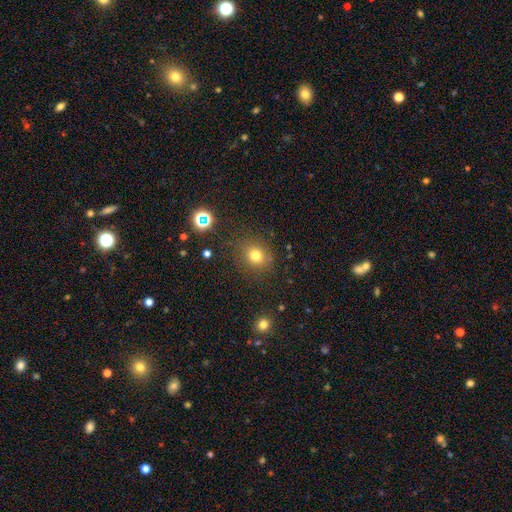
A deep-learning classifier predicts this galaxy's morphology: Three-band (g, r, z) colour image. It shows a smooth galaxy with no disk features (76%) that is round (76%). Merging: none (82%).